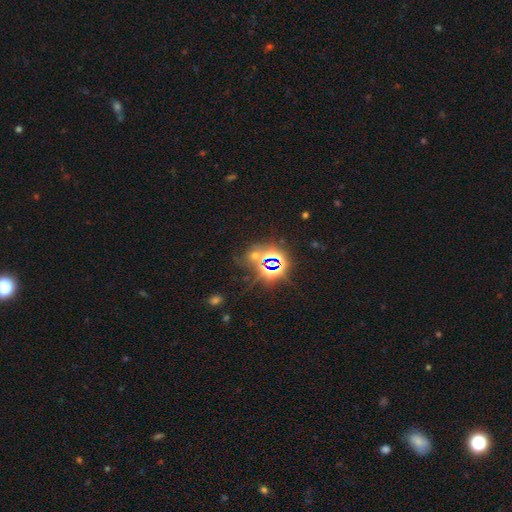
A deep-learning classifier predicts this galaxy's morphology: This is likely a star or artifact rather than a galaxy (75%).